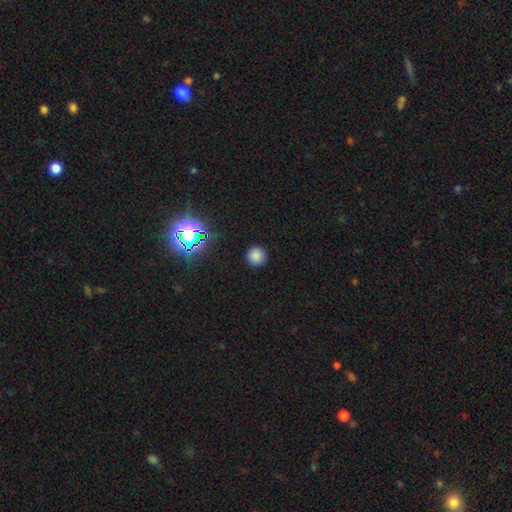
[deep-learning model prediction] A smooth galaxy with no disk features (80%) that is round (94%).

Vote fractions:
- Smooth or featured? smooth: 80% / star or artifact: 15% / featured or disk: 4%
- How rounded? round: 94% / in between: 4% / cigar-shaped: 1%
- Merging? none: 90% / minor disturbance: 6% / major disturbance: 2% / merger: 1%